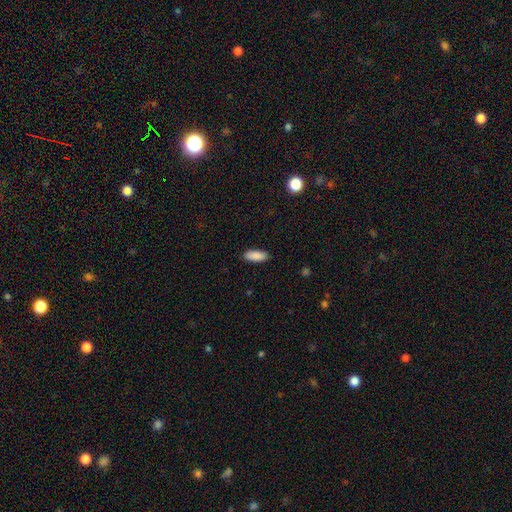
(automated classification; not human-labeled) This is clearly a smooth galaxy (89%). How rounded: likely in between (74%). Merging: clearly none (89%).